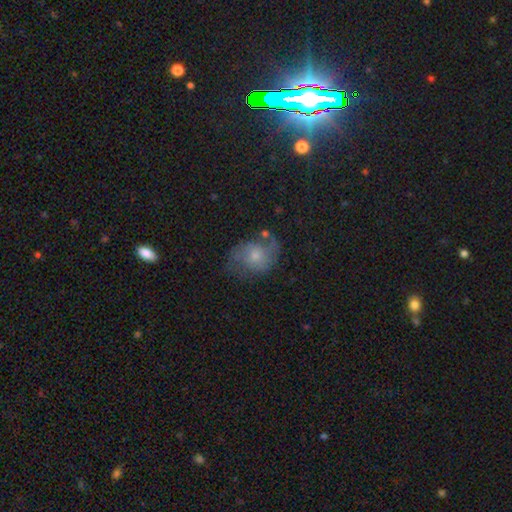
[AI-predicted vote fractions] smooth_or_featured: featured or disk (p=0.50) [alt: smooth p=0.39]
disk_edge_on: no (p=0.97) [alt: yes p=0.03]
merging: none (p=0.47) [alt: minor disturbance p=0.27]